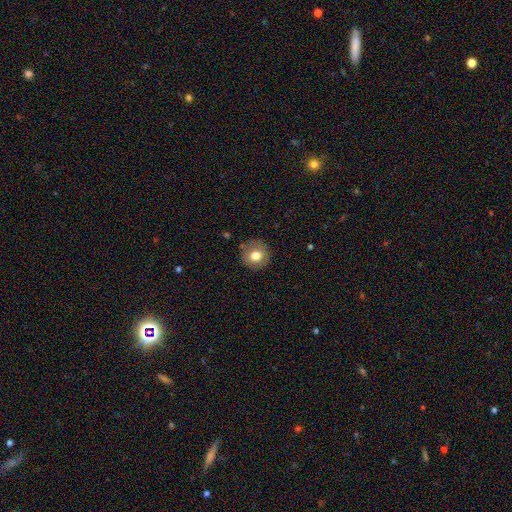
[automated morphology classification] Overall: smooth (77%). How rounded: round (90%). Merging: none (85%).